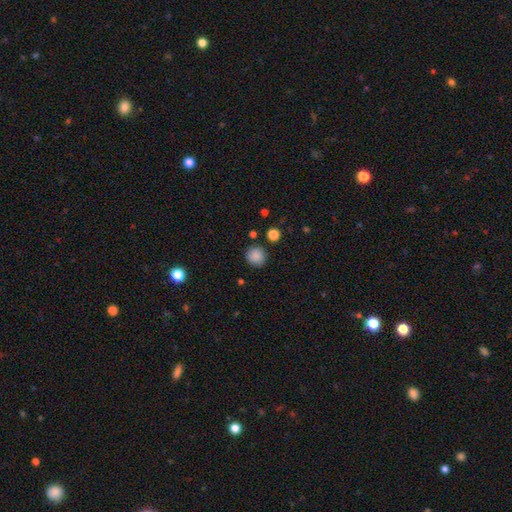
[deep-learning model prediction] This is clearly a smooth galaxy (87%). How rounded: clearly round (92%). Merging: clearly none (86%).